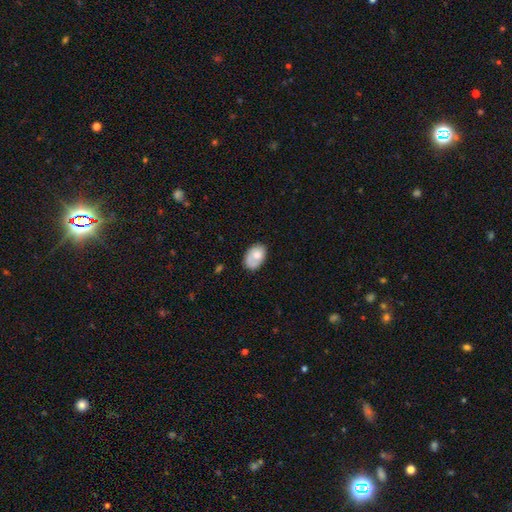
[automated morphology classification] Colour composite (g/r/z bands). It shows a smooth galaxy with no disk features (67%) that is in between round and cigar-shaped (85%). Merging: none (58%).